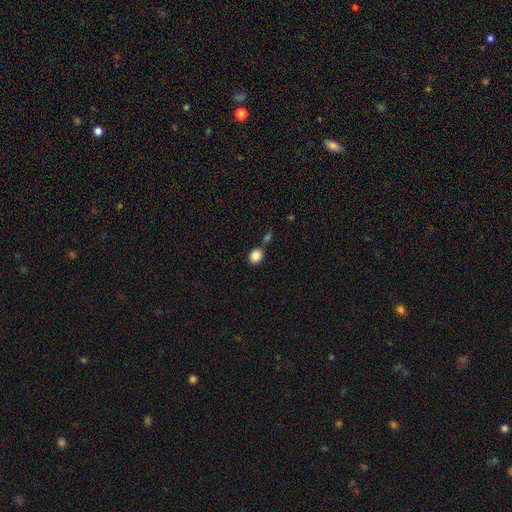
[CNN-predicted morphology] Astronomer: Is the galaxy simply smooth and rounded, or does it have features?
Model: smooth — 86%.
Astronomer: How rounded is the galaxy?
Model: round — 60% (runner-up: in between, 39%).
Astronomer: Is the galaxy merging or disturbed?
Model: none — 68%.